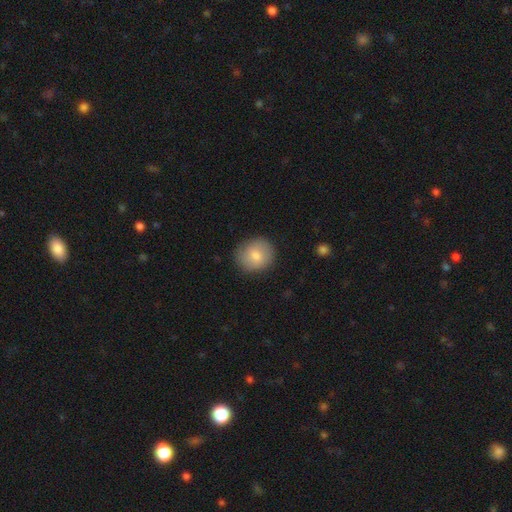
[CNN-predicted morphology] smooth_or_featured: smooth (p=0.79) [alt: featured or disk p=0.13]
how_rounded: round (p=0.76) [alt: in between p=0.23]
merging: none (p=0.86) [alt: minor disturbance p=0.11]